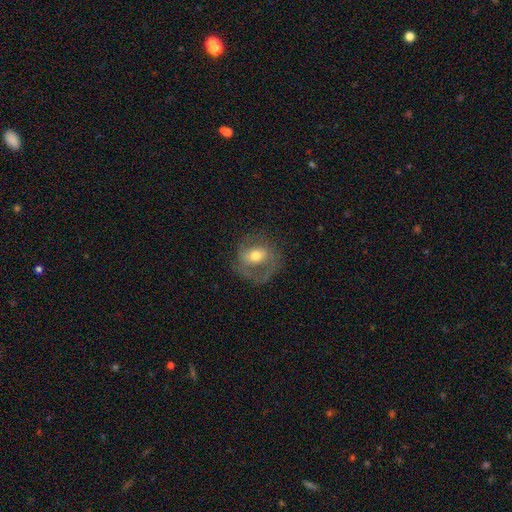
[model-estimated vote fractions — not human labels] featured or disk 54%, smooth 37%, star or artifact 8%. Down the decision tree: edge-on disk — no (95%); bar — no (41%); spiral arms — yes (59%); bulge size — moderate (71%); merging — none (59%).